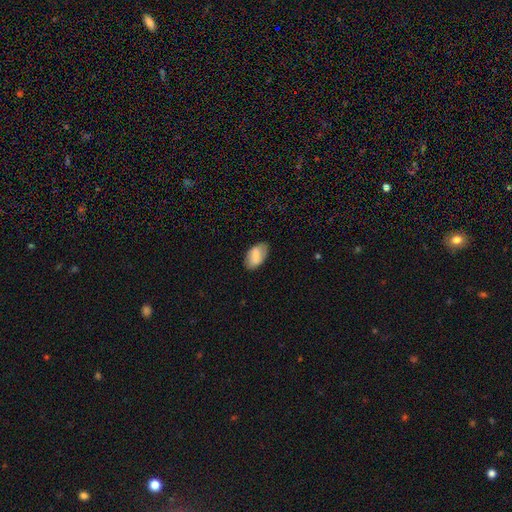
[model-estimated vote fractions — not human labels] Q: Smooth or featured?
A: smooth (80%); runner-up: featured or disk (14%)
Q: How rounded?
A: in between (94%); runner-up: round (4%)
Q: Merging?
A: none (80%); runner-up: minor disturbance (16%)